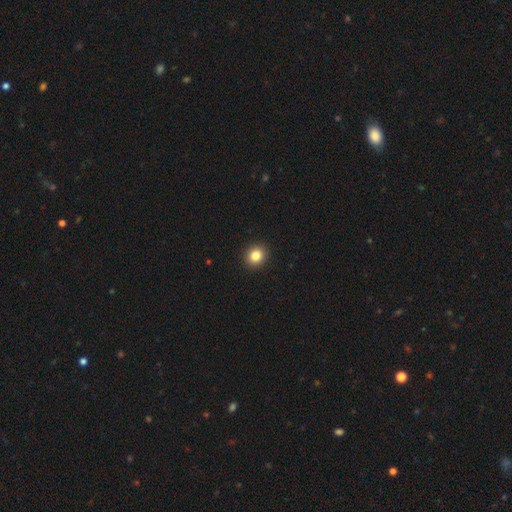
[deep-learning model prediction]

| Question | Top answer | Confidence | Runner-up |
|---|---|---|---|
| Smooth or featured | smooth | 85% | star or artifact (10%) |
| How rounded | round | 80% | in between (20%) |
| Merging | none | 93% | minor disturbance (5%) |